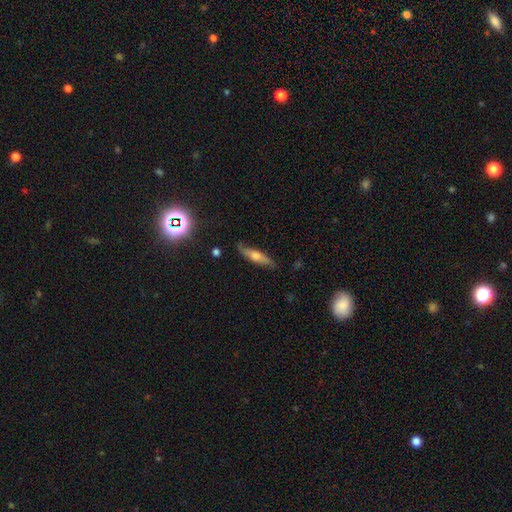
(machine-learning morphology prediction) Smooth or featured? Predicted: featured or disk (p=0.52). Edge-on disk? Predicted: yes (p=0.76). Merging? Predicted: none (p=0.77).